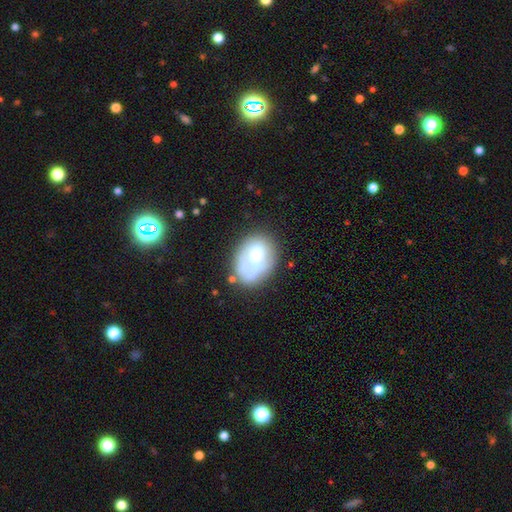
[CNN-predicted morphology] Smooth or featured? Predicted: smooth (p=0.60). How rounded? Predicted: in between (p=0.70). Merging? Predicted: none (p=0.51).